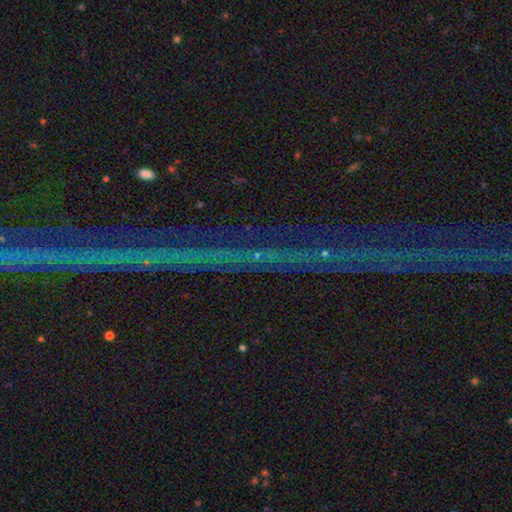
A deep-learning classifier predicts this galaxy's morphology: Smooth or featured? Predicted: star or artifact (p=0.79).